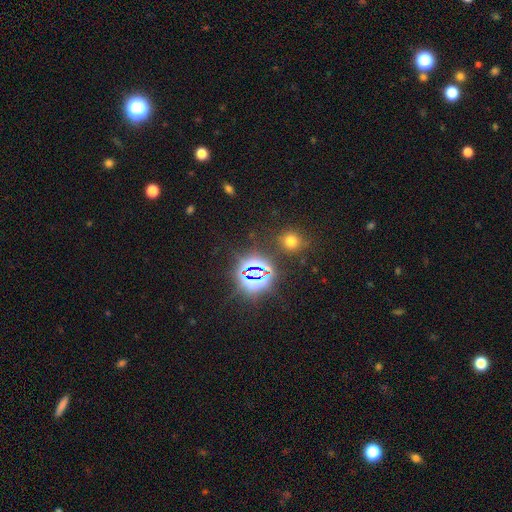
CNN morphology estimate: smooth-or-featured: star or artifact: 72% | smooth: 21% | featured or disk: 6%